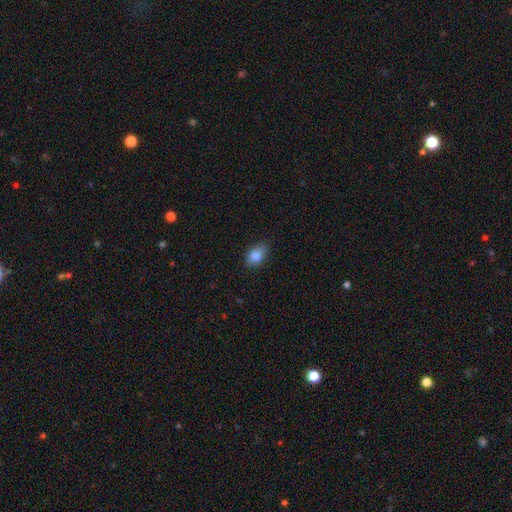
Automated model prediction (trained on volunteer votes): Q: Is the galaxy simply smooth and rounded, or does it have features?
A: smooth — 85%.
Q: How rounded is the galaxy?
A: in between — 83%.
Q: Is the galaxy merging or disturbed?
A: none — 80%.